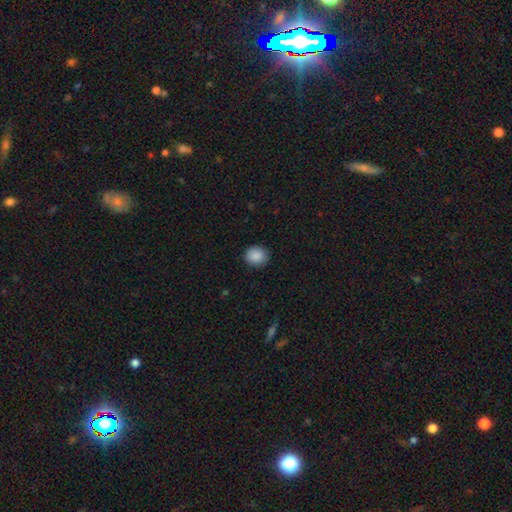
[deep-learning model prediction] Smooth or featured? smooth (89%)
How rounded? round (83%)
Merging? none (90%)